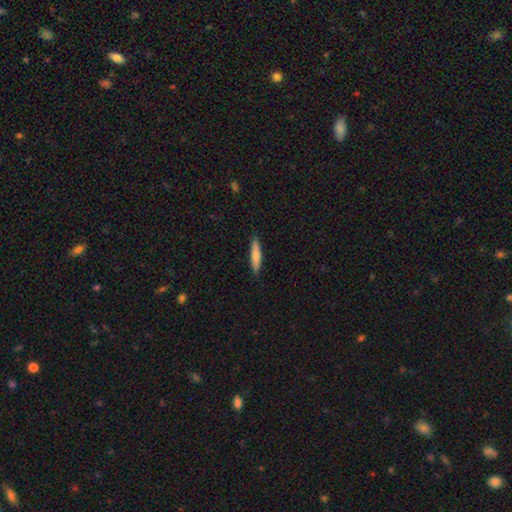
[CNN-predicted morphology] type=smooth (77%); roundness=cigar-shaped (88%); merging=none (89%).